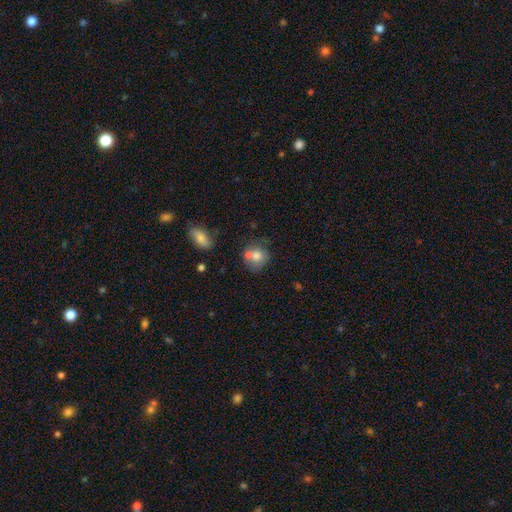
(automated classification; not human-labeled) Smooth or featured?
  - smooth: 71% *
  - featured or disk: 20%
  - star or artifact: 10%
How rounded?
  - round: 75% *
  - in between: 24%
  - cigar-shaped: 1%
Merging?
  - none: 44% *
  - merger: 34%
  - minor disturbance: 16%
  - major disturbance: 6%